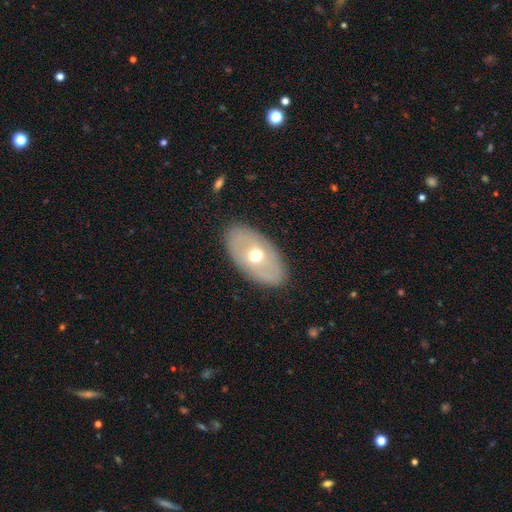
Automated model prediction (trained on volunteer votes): featured or disk 51%, smooth 42%, star or artifact 7%. Down the decision tree: edge-on disk — no (85%); merging — none (85%).